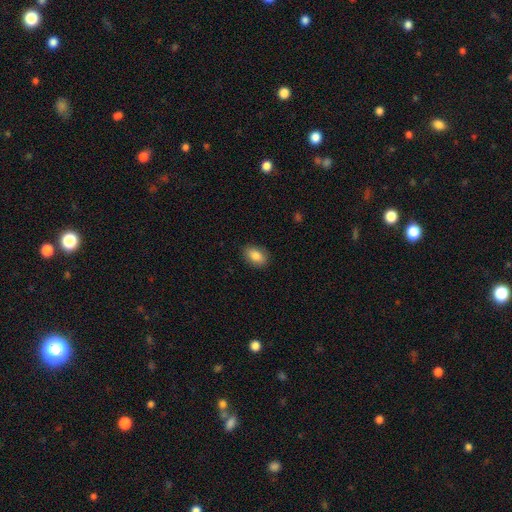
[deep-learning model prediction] A smooth galaxy with no disk features (85%) that is in between round and cigar-shaped (85%). Merging: none (88%).